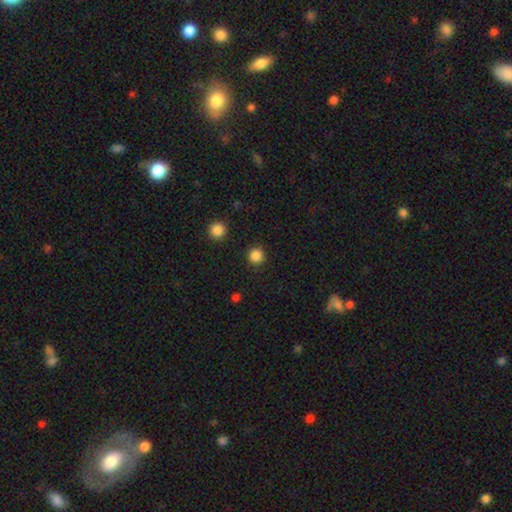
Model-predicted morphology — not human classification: Smooth or featured: smooth — 85% (star or artifact — 12%)
How rounded: round — 95% (in between — 4%)
Merging: none — 91% (minor disturbance — 5%)